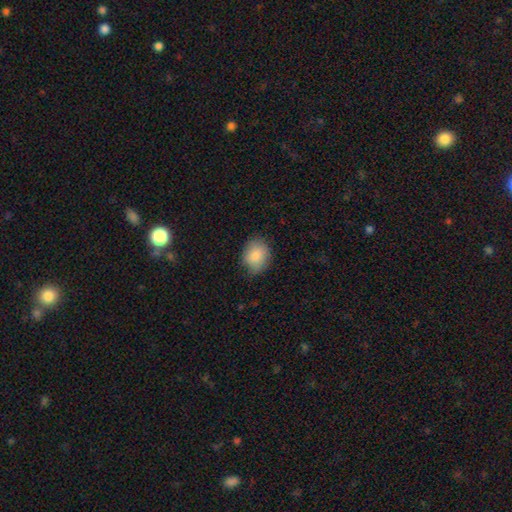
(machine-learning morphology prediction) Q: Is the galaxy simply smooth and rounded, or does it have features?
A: smooth — 84%.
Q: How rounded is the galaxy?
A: round — 50%.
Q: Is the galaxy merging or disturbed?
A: none — 71%.